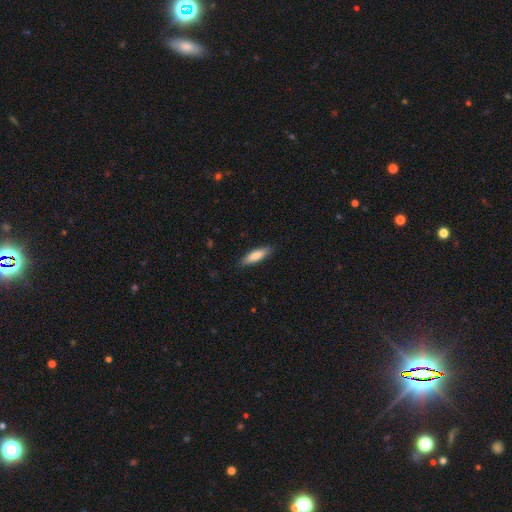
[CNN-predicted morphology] smooth_or_featured: smooth (p=0.81) [alt: featured or disk p=0.14]
how_rounded: cigar-shaped (p=0.65) [alt: in between p=0.33]
merging: none (p=0.88) [alt: minor disturbance p=0.09]